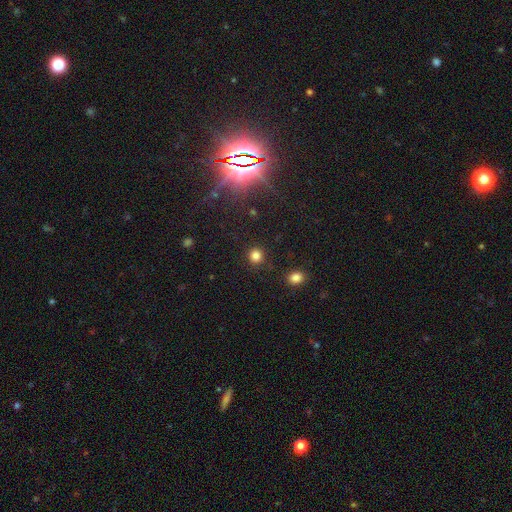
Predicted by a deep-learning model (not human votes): A smooth galaxy with no disk features (82%) that is round (91%).

Vote fractions:
- Smooth or featured? smooth: 82% / star or artifact: 13% / featured or disk: 4%
- How rounded? round: 91% / in between: 8% / cigar-shaped: 1%
- Merging? none: 89% / minor disturbance: 6% / major disturbance: 2% / merger: 2%